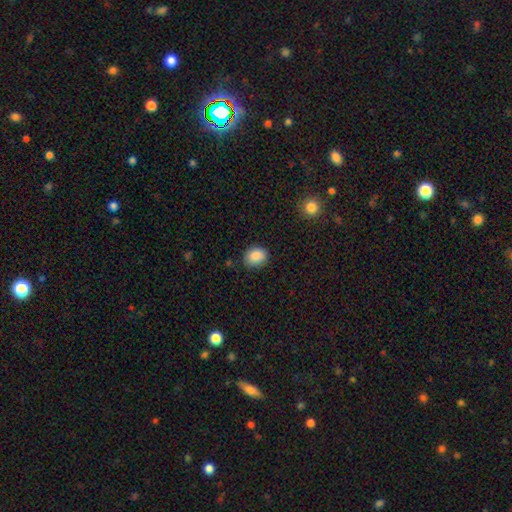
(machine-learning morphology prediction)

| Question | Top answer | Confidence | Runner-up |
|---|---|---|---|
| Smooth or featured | smooth | 87% | star or artifact (9%) |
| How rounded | round | 58% | in between (41%) |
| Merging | none | 85% | minor disturbance (11%) |